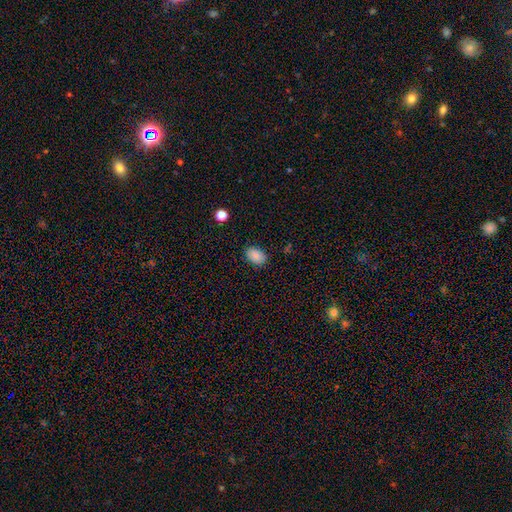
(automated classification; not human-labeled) This is clearly a smooth galaxy (88%). How rounded: clearly in between (83%). Merging: clearly none (86%).